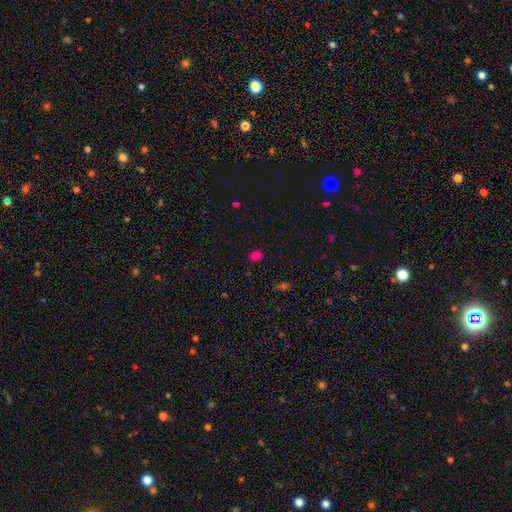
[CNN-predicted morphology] Overall: smooth (67%; star or artifact 29%). How rounded: in between (76%). Merging: none (80%).